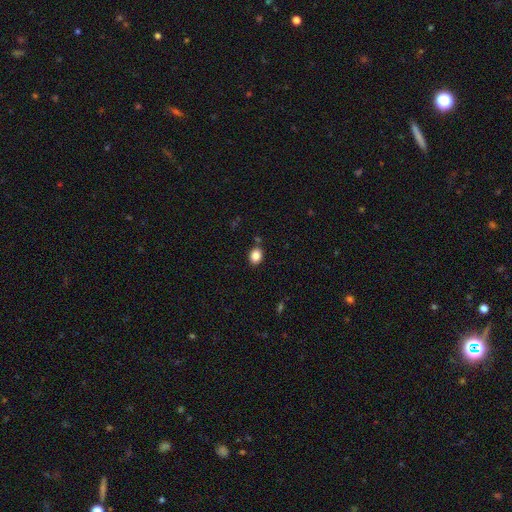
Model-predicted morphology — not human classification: Smooth or featured? Predicted: smooth (p=0.86). How rounded? Predicted: in between (p=0.54). Merging? Predicted: none (p=0.83).